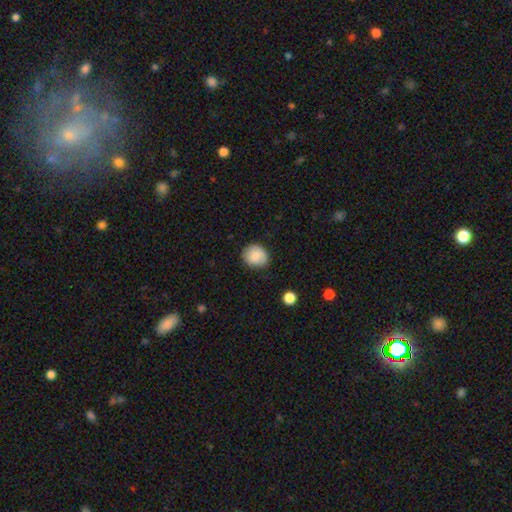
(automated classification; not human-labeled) This appears to be a smooth galaxy with no disk features (84%) that is round (64%). Merging: none (80%).